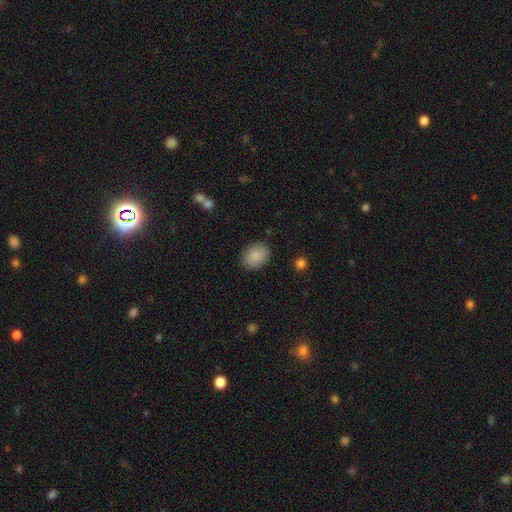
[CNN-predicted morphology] This is clearly a smooth galaxy (89%). How rounded: likely in between (68%). Merging: clearly none (87%).